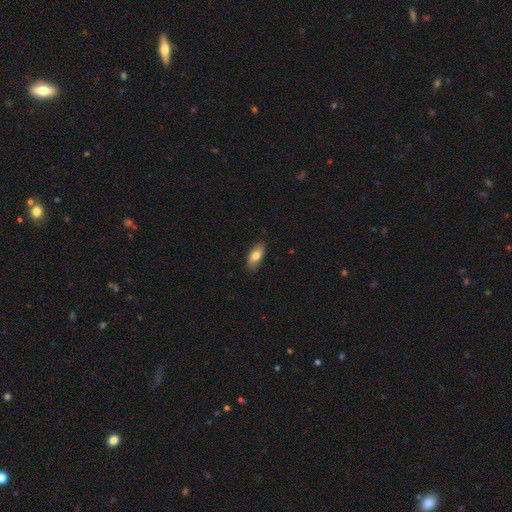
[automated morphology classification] type=smooth (76%); roundness=in between (86%); merging=none (85%).